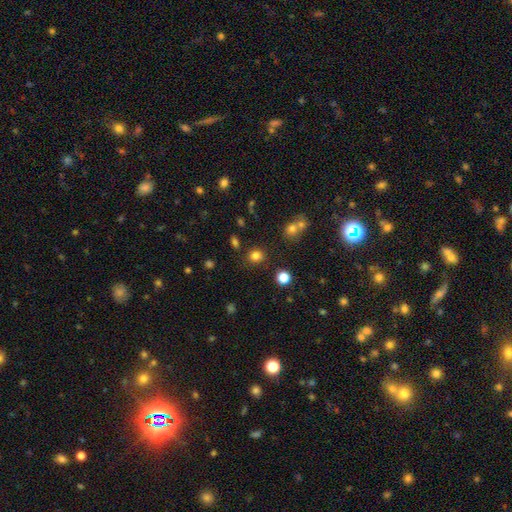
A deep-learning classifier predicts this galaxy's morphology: The model was most divided on "smooth or featured": smooth: 80%, star or artifact: 15%, featured or disk: 5%. More confident: merging — none (84%); how rounded — round (83%).